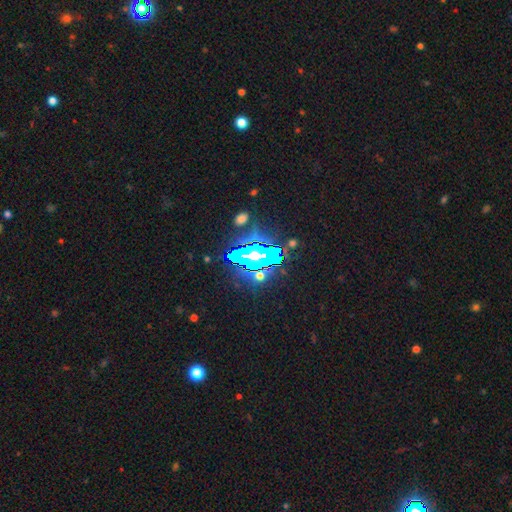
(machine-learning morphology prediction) A star or artifact, not a galaxy (61%).